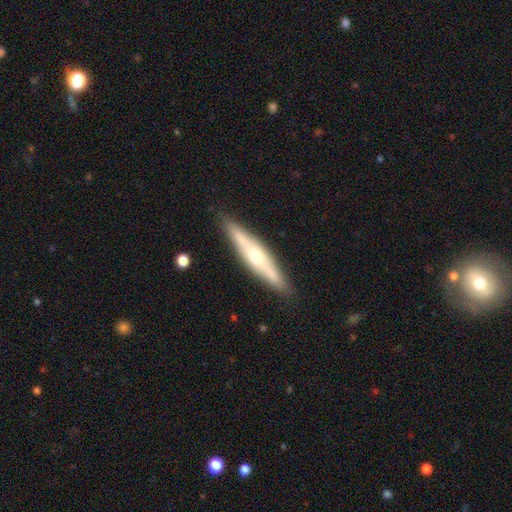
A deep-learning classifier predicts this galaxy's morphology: Overall: featured or disk (65%; smooth 29%). Edge-on disk: yes (88%). Edge-on bulge: rounded (84%). Merging: none (88%).